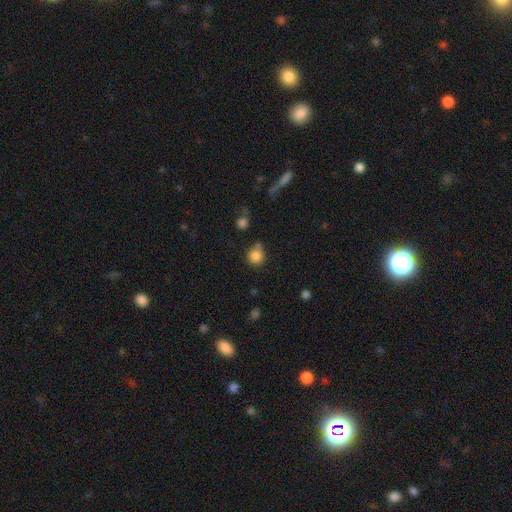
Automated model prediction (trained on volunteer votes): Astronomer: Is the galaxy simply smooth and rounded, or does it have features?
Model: smooth — 84%.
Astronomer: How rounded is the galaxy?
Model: round — 89%.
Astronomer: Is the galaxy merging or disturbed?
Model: none — 67%.